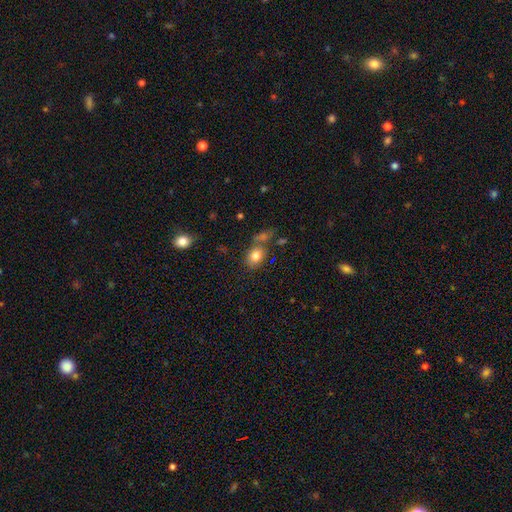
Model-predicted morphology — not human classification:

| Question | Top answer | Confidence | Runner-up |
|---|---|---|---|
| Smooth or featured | smooth | 81% | star or artifact (10%) |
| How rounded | in between | 59% | round (40%) |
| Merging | none | 63% | merger (18%) |